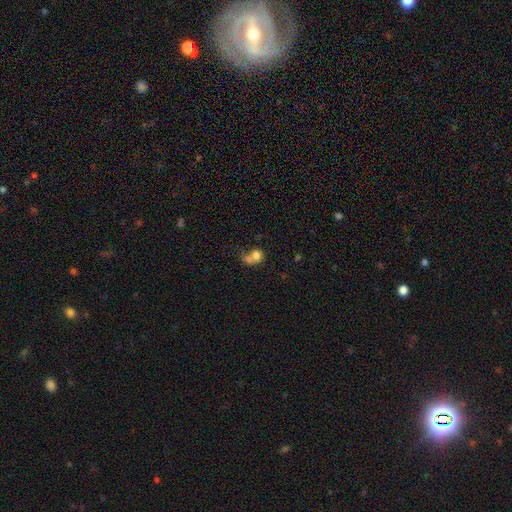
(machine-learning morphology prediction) Smooth or featured: smooth — 69% (featured or disk — 20%)
How rounded: round — 59% (in between — 40%)
Merging: merger — 54% (none — 21%)